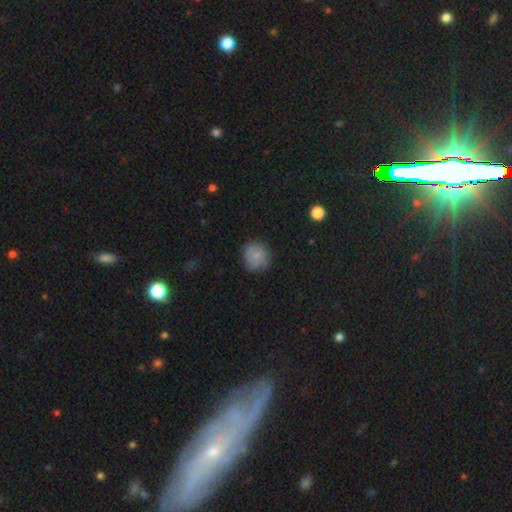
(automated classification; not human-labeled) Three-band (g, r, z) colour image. It shows a smooth galaxy with no disk features (74%) that is round (89%). Merging: none (77%).